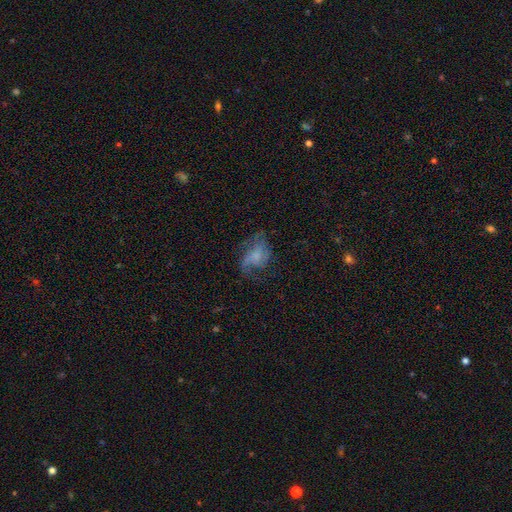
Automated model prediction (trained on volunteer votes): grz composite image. It shows a featured or disk galaxy (55%) with no bar (68%), spiral arms (75%) and no central bulge (35%). Merging: none (42%).